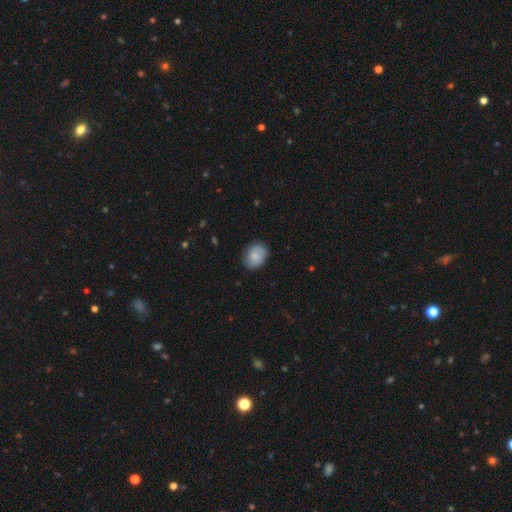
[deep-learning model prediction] Overall: smooth (83%). How rounded: in between (68%; round 31%). Merging: none (83%).